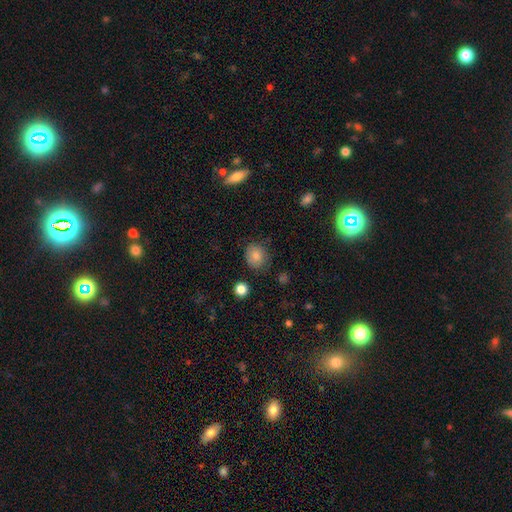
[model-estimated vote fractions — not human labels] Smooth or featured?
  - smooth: 83% *
  - star or artifact: 10%
  - featured or disk: 7%
How rounded?
  - round: 74% *
  - in between: 25%
  - cigar-shaped: 1%
Merging?
  - none: 77% *
  - minor disturbance: 17%
  - major disturbance: 4%
  - merger: 2%